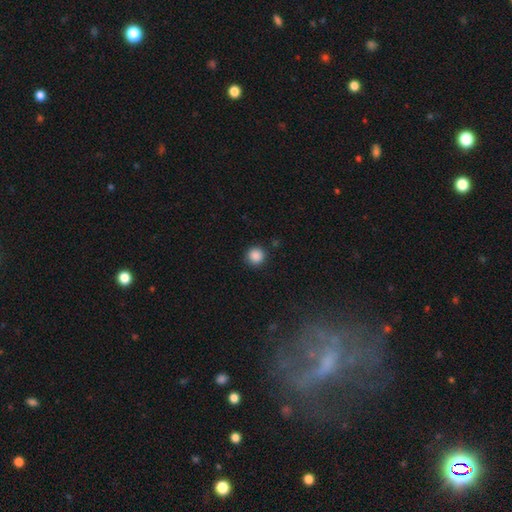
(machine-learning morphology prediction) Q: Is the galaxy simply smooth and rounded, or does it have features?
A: smooth — 87%.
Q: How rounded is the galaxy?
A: round — 94%.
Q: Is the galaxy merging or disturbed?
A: none — 88%.